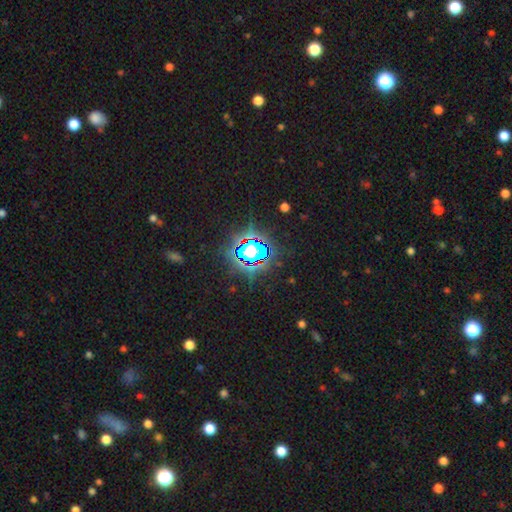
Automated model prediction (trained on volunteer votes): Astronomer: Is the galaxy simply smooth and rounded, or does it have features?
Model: star or artifact — 78%.